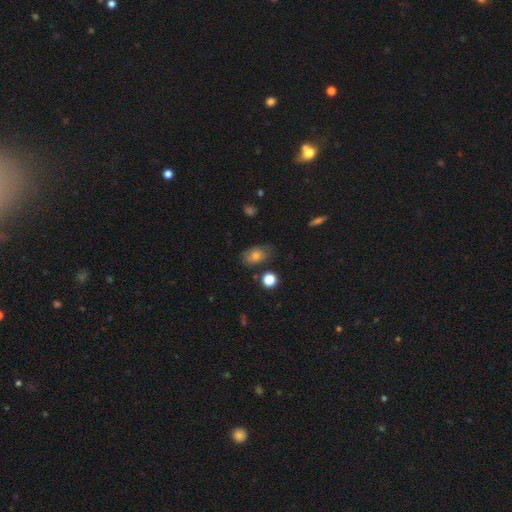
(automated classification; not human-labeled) Overall: smooth (69%). How rounded: in between (79%). Merging: none (67%).